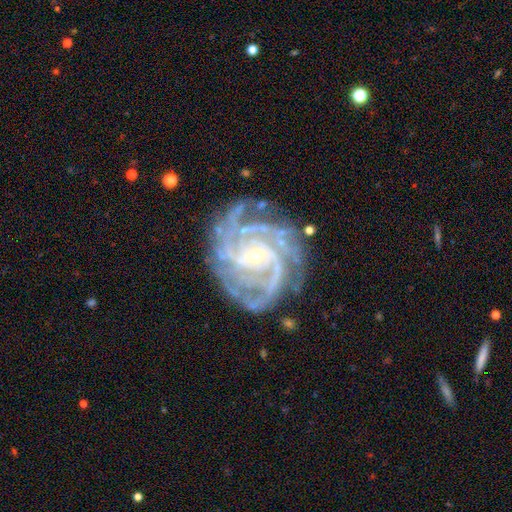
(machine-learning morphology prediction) A featured or disk galaxy (92%) with no bar (54%), 4 (28%) tight (70%) spiral arms (98%) and a small central bulge (73%).

Vote fractions:
- Smooth or featured? featured or disk: 92% / star or artifact: 5% / smooth: 3%
- Edge-on disk? no: 98% / yes: 2%
- Bar? no: 54% / weak: 32% / strong: 14%
- Spiral arms? yes: 98% / no: 2%
- Spiral winding? tight: 70% / medium: 27% / loose: 4%
- Spiral arm count? 4: 28% / 3: 21% / more than 4: 16% / can't tell: 15% / 2: 12% / 1: 8%
- Bulge size? small: 73% / moderate: 24% / large: 1% / none: 1% / dominant: 1%
- Merging? none: 76% / minor disturbance: 16% / major disturbance: 7% / merger: 1%